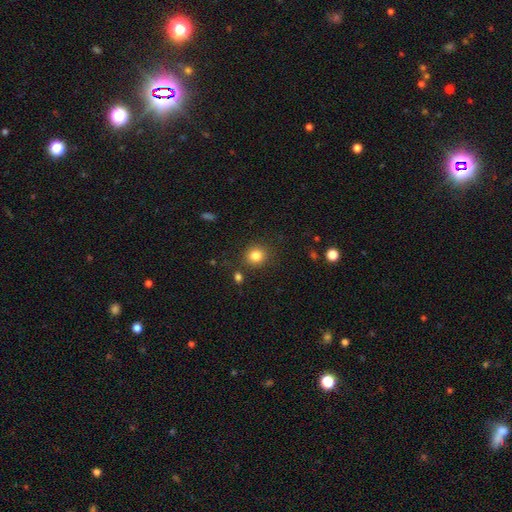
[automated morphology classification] This appears to be a smooth galaxy with no disk features (83%) that is round (87%). Merging: none (87%).